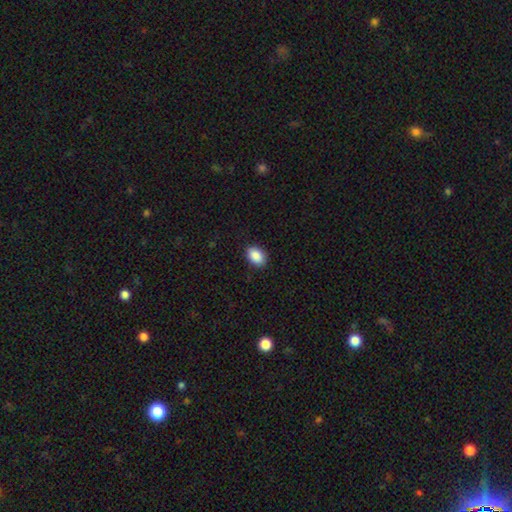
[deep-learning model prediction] Q: Smooth or featured?
A: smooth (89%); runner-up: star or artifact (8%)
Q: How rounded?
A: in between (84%); runner-up: round (15%)
Q: Merging?
A: none (89%); runner-up: minor disturbance (8%)